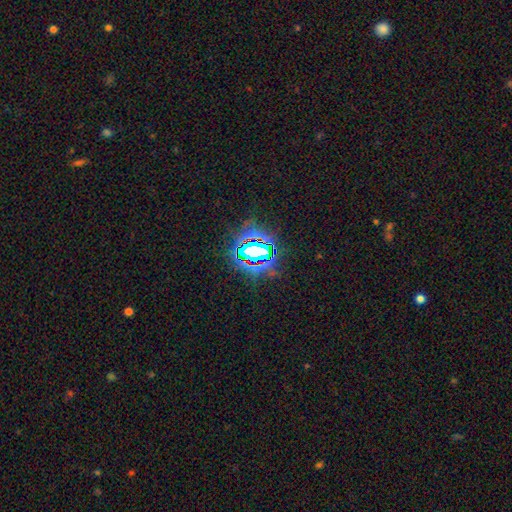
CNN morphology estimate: Smooth or featured? Predicted: star or artifact (p=0.74).